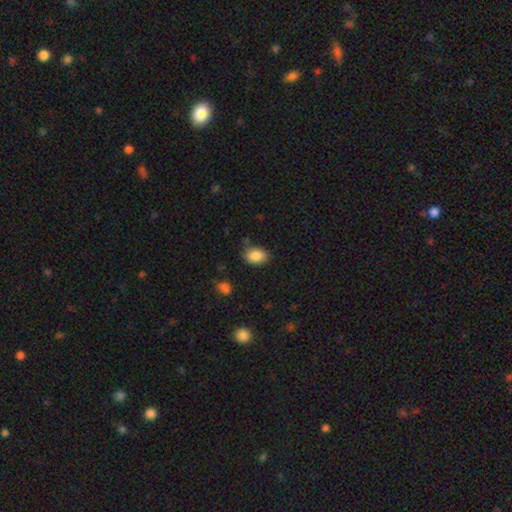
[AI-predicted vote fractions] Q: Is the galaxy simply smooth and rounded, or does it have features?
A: smooth — 87%.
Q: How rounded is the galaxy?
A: in between — 80%.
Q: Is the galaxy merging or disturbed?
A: none — 79%.